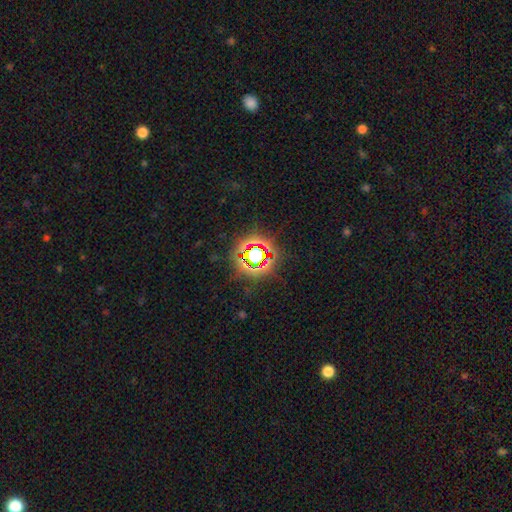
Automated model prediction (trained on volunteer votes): star or artifact 72%, smooth 18%, featured or disk 11%.